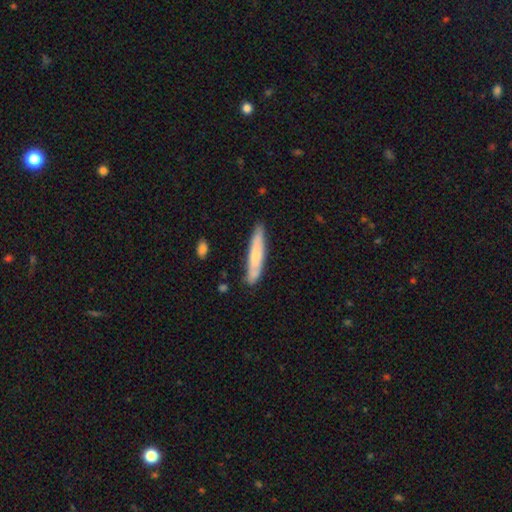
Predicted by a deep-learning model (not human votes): This is likely a smooth galaxy (60%). How rounded: clearly cigar-shaped (89%). Merging: likely none (77%).